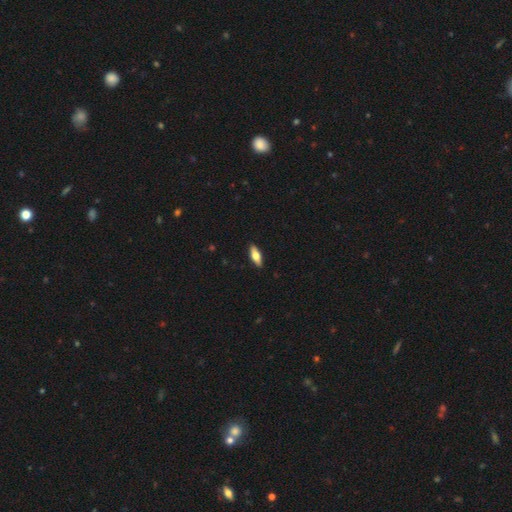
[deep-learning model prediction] Q: Smooth or featured?
A: smooth (62%); runner-up: featured or disk (32%)
Q: How rounded?
A: in between (68%); runner-up: cigar-shaped (30%)
Q: Merging?
A: none (90%); runner-up: minor disturbance (8%)